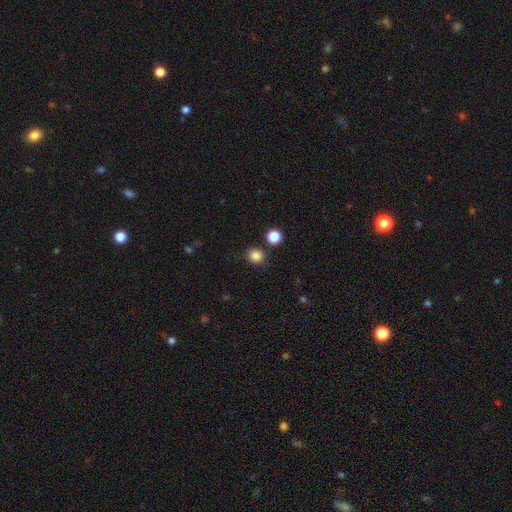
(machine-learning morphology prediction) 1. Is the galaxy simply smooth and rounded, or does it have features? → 84% smooth, 12% star or artifact, 3% featured or disk.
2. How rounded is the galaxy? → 80% round, 19% in between, 1% cigar-shaped.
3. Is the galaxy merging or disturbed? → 83% none, 9% minor disturbance, 5% merger, 3% major disturbance.